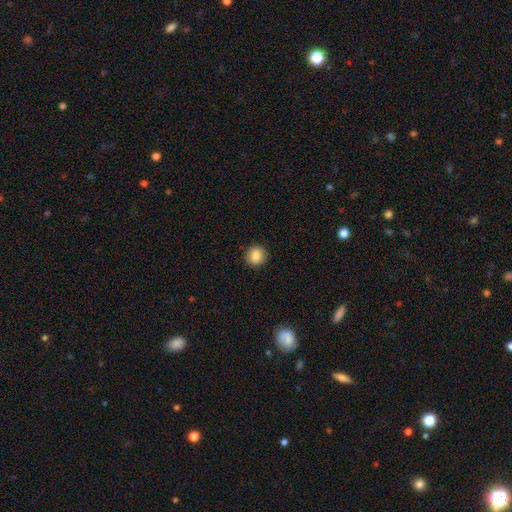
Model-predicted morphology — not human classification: type=smooth (87%); roundness=round (89%); merging=none (90%).